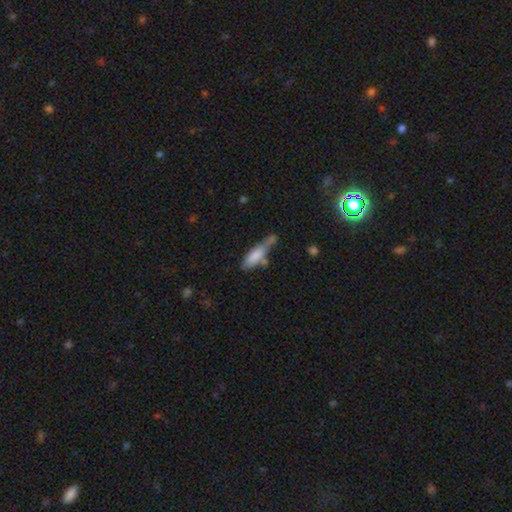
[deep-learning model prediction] Smooth or featured? Predicted: smooth (p=0.75). How rounded? Predicted: cigar-shaped (p=0.57). Merging? Predicted: none (p=0.37).